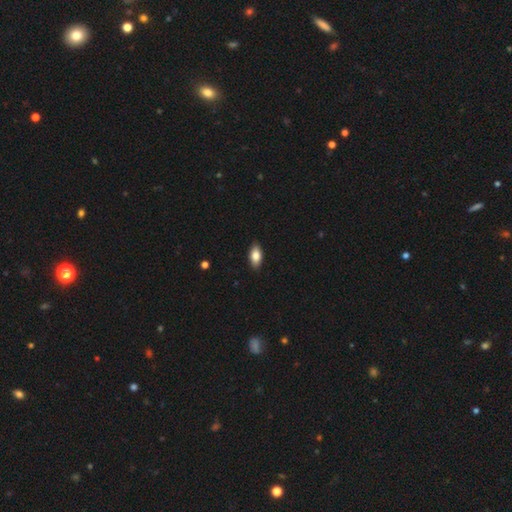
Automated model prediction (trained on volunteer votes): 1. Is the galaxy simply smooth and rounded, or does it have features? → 82% smooth, 12% featured or disk, 7% star or artifact.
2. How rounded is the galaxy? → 90% in between, 7% cigar-shaped, 3% round.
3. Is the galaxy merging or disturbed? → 89% none, 9% minor disturbance, 2% major disturbance, 1% merger.